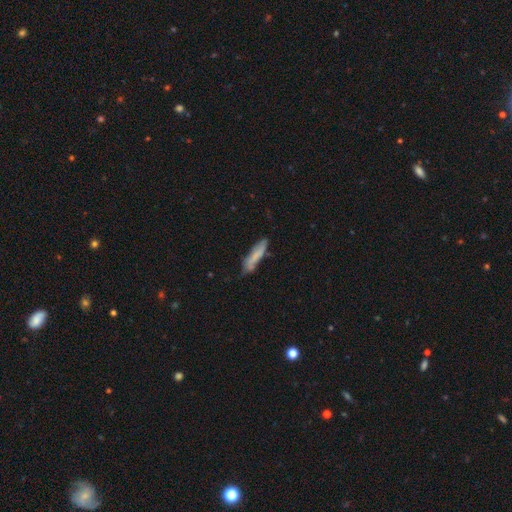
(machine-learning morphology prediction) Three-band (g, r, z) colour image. It shows a smooth galaxy with no disk features (69%) that is cigar-shaped (83%). Merging: none (65%).